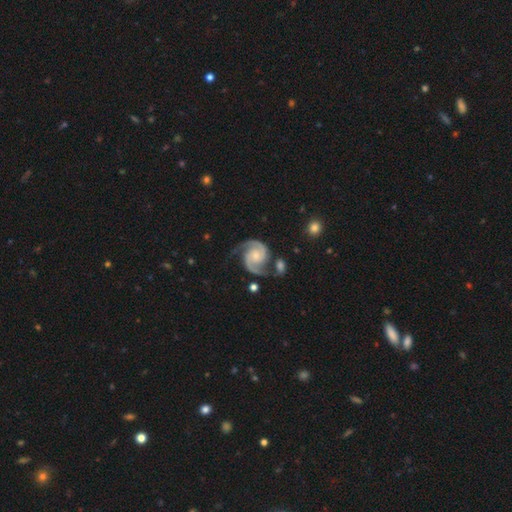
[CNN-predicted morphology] A featured or disk galaxy (93%) with no bar (67%), 2 (93%) medium (56%) spiral arms (99%) and a small central bulge (57%). Merging: none (70%).